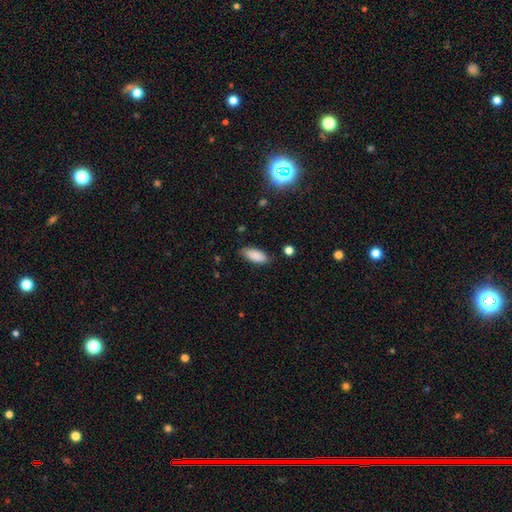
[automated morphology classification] Smooth or featured?
  - smooth: 88% *
  - star or artifact: 7%
  - featured or disk: 5%
How rounded?
  - in between: 83% *
  - cigar-shaped: 15%
  - round: 2%
Merging?
  - none: 83% *
  - minor disturbance: 13%
  - major disturbance: 2%
  - merger: 1%